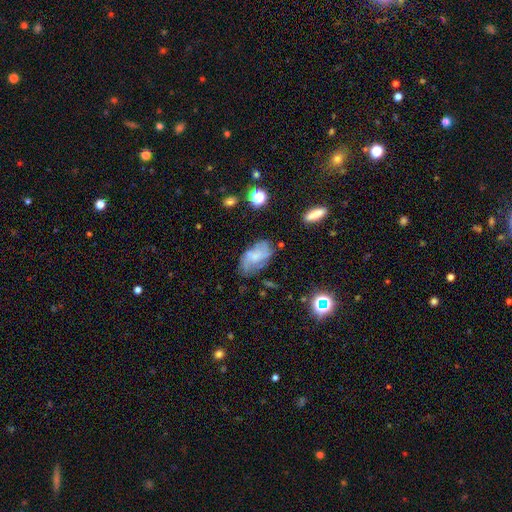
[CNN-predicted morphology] A featured or disk galaxy (57%) with no bar (70%), spiral arms (75%) and a small central bulge (50%). Merging: none (58%).